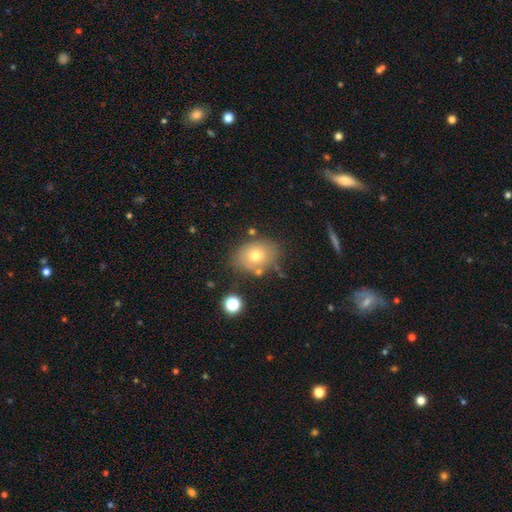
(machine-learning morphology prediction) This is likely a smooth galaxy (69%). How rounded: likely in between (62%). Merging: likely none (71%).